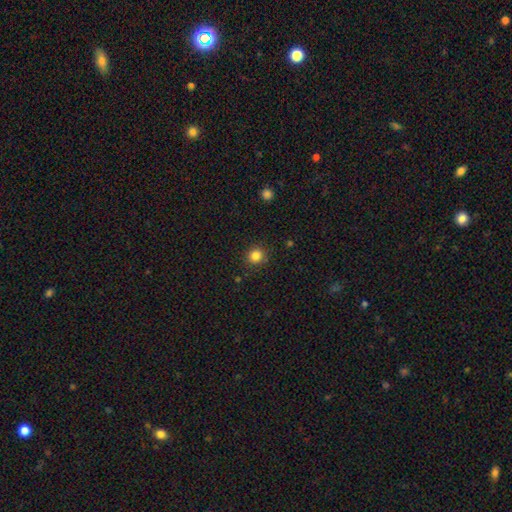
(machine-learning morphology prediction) smooth 84%, star or artifact 12%, featured or disk 4%. Down the decision tree: how rounded — round (90%); merging — none (89%).